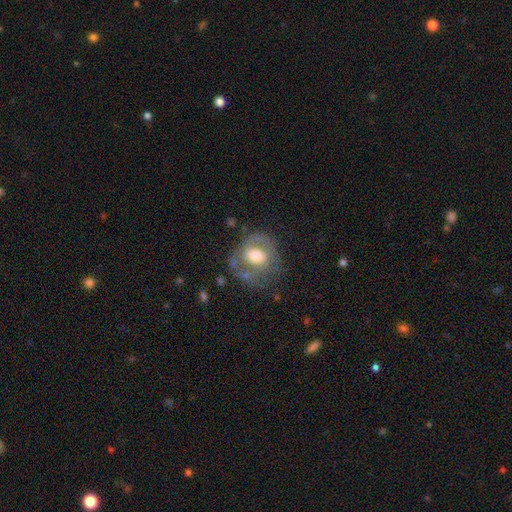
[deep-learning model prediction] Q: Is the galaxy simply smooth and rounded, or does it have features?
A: featured or disk — 57%.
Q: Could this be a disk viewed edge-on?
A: no — 97%.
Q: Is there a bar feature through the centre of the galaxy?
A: no — 57%.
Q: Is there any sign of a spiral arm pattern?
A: yes — 55%.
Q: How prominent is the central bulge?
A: moderate — 59%.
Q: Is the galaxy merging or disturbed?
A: none — 56%.